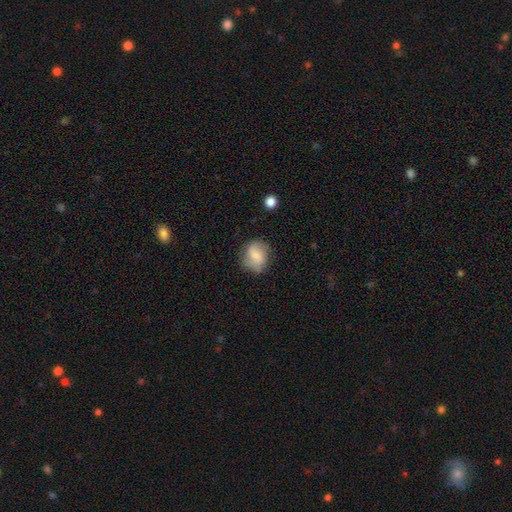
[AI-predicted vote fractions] Smooth or featured? Predicted: smooth (p=0.71). How rounded? Predicted: round (p=0.56). Merging? Predicted: none (p=0.67).